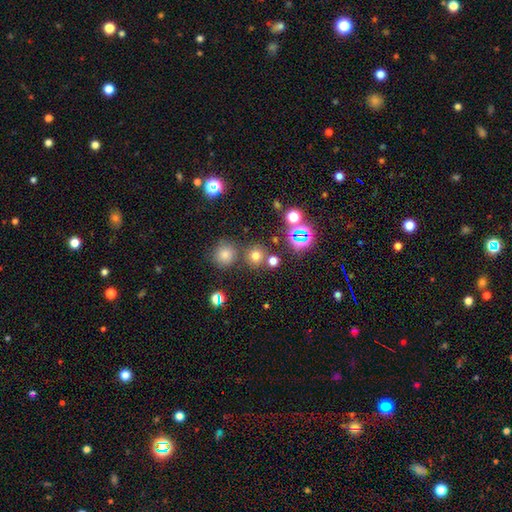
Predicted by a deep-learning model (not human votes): Smooth or featured? Predicted: smooth (p=0.66). How rounded? Predicted: round (p=0.90). Merging? Predicted: none (p=0.74).